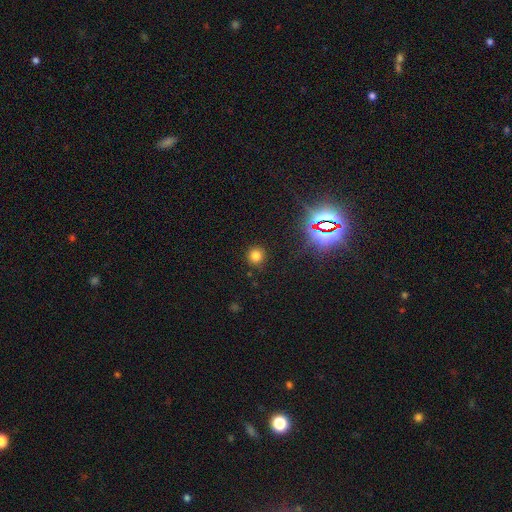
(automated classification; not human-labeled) Morphology: type=smooth (74%); roundness=round (93%); merging=none (90%).